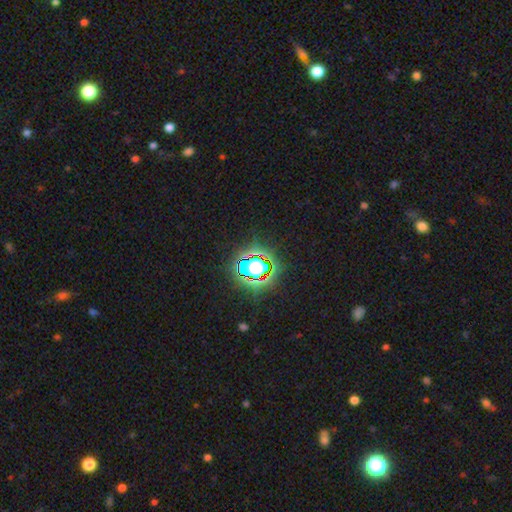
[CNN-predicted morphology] smooth_or_featured: star or artifact (p=0.79) [alt: smooth p=0.13]